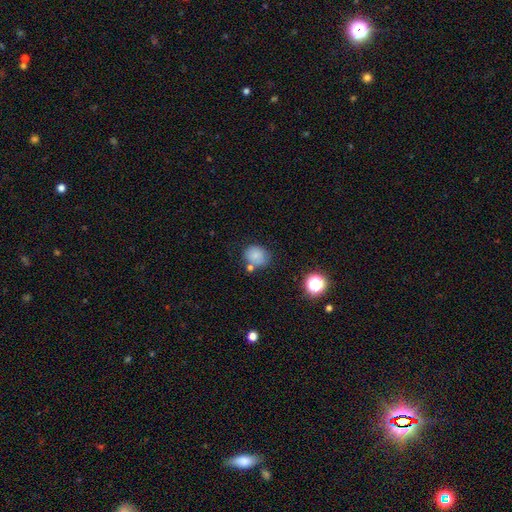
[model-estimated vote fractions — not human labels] Smooth or featured: smooth — 80% (star or artifact — 12%)
How rounded: round — 68% (in between — 32%)
Merging: none — 67% (minor disturbance — 16%)